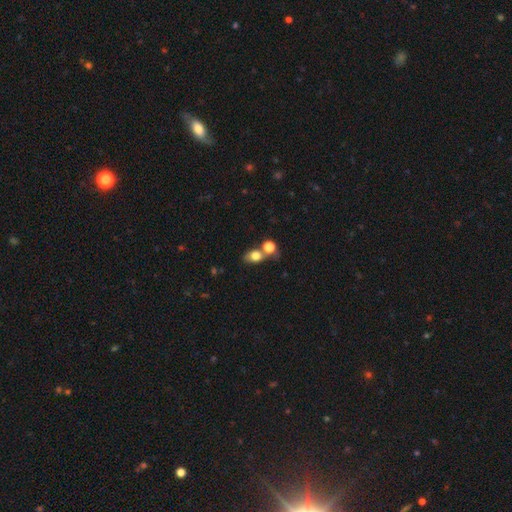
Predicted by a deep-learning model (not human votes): Overall: smooth (77%). How rounded: in between (60%; round 38%). Merging: none (43%; merger 39%).